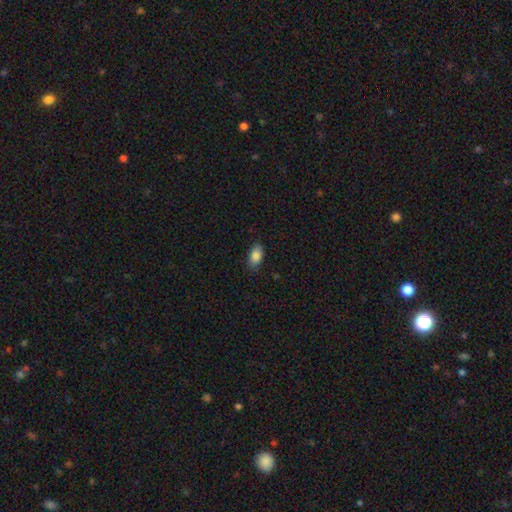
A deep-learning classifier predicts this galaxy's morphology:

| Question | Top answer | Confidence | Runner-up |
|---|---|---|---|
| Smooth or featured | smooth | 87% | star or artifact (8%) |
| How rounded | in between | 91% | round (5%) |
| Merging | none | 82% | minor disturbance (14%) |